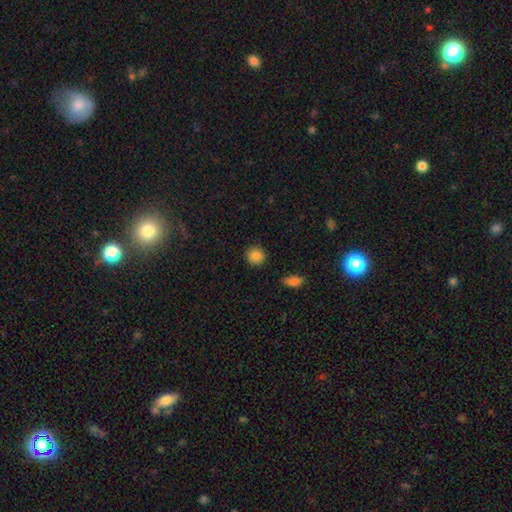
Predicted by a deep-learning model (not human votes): Smooth or featured?
  - smooth: 86% *
  - star or artifact: 9%
  - featured or disk: 5%
How rounded?
  - round: 91% *
  - in between: 8%
  - cigar-shaped: 1%
Merging?
  - none: 90% *
  - minor disturbance: 6%
  - major disturbance: 2%
  - merger: 2%